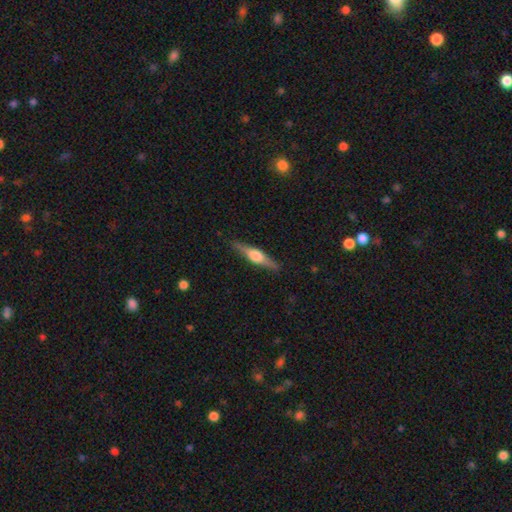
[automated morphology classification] This is likely a featured or disk galaxy (68%). It is clearly viewed edge-on (97%). Edge-on bulge: clearly rounded (90%). Merging: clearly none (90%).